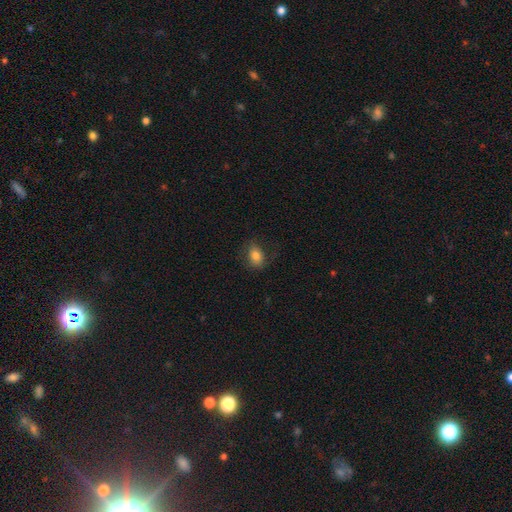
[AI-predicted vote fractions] The model was most divided on "how rounded": in between: 70%, round: 29%, cigar-shaped: 1%. More confident: smooth or featured — smooth (77%); merging — none (72%).